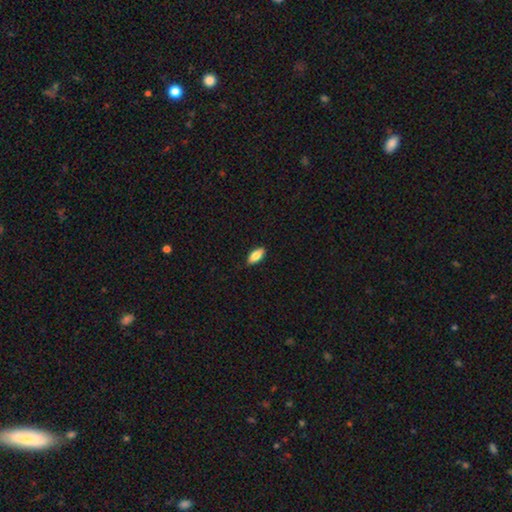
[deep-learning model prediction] This is clearly a smooth galaxy (81%). How rounded: clearly in between (84%). Merging: clearly none (88%).